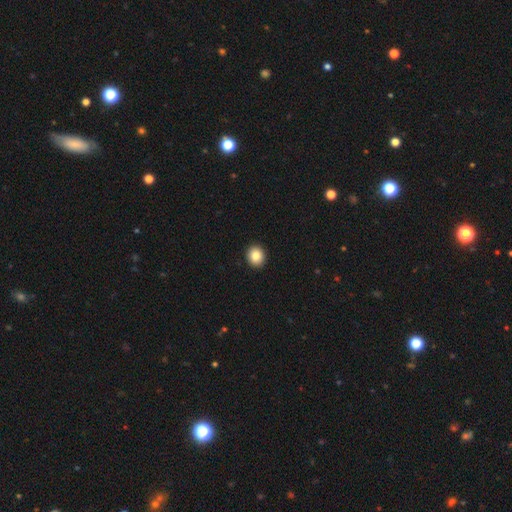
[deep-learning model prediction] Smooth or featured: smooth — 84% (star or artifact — 9%)
How rounded: round — 78% (in between — 21%)
Merging: none — 93% (minor disturbance — 5%)